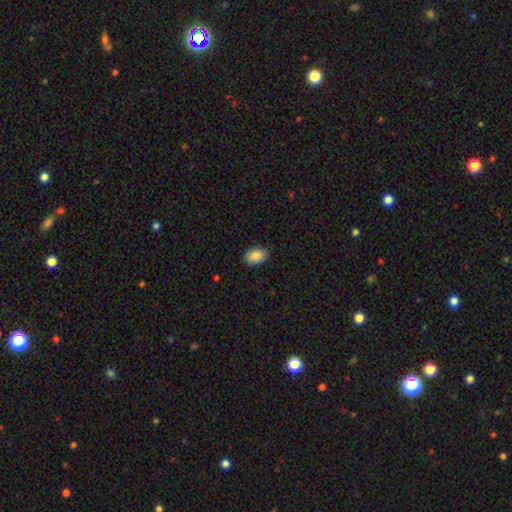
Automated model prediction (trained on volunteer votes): smooth_or_featured: smooth (p=0.89) [alt: star or artifact p=0.07]
how_rounded: in between (p=0.81) [alt: round p=0.18]
merging: none (p=0.86) [alt: minor disturbance p=0.11]